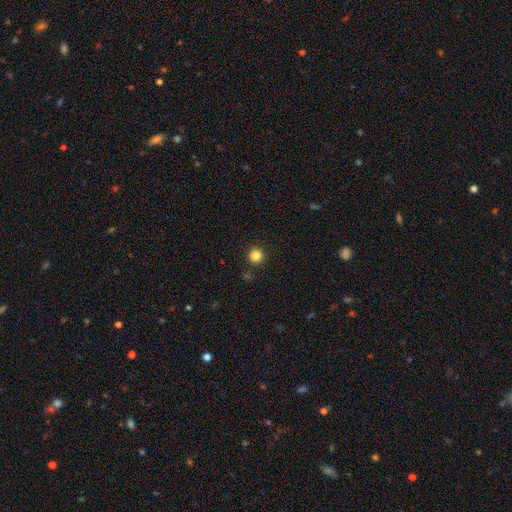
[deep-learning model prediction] This appears to be a smooth galaxy with no disk features (84%) that is round (96%). Merging: none (90%).